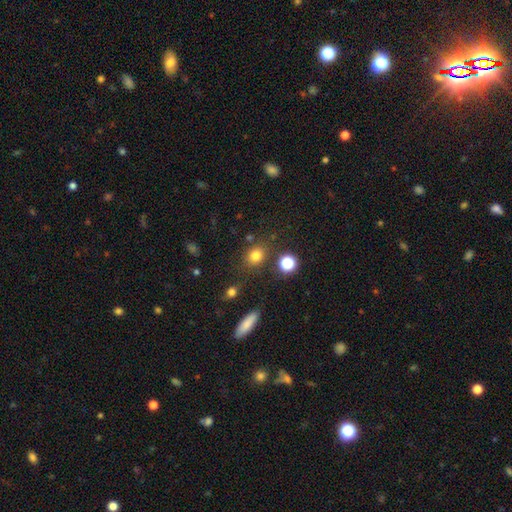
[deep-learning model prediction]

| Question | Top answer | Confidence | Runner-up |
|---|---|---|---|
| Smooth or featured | smooth | 78% | star or artifact (15%) |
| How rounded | round | 64% | in between (35%) |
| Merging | none | 79% | minor disturbance (11%) |